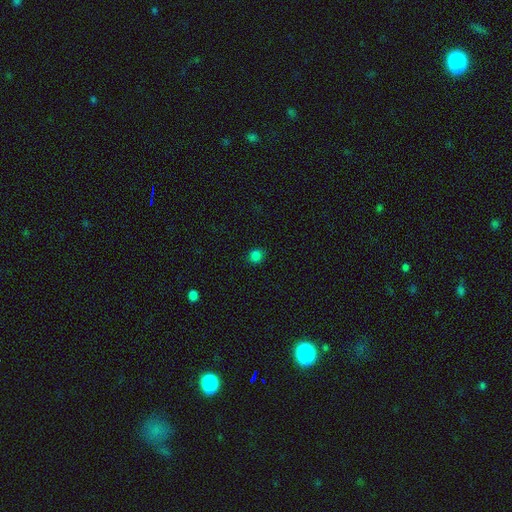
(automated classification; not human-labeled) Q: Smooth or featured?
A: smooth (82%); runner-up: star or artifact (15%)
Q: How rounded?
A: round (83%); runner-up: in between (16%)
Q: Merging?
A: none (89%); runner-up: minor disturbance (8%)